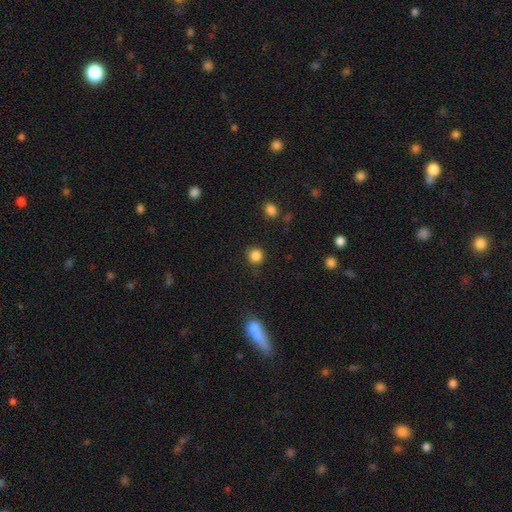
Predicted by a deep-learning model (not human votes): A smooth galaxy with no disk features (85%) that is round (92%).

Vote fractions:
- Smooth or featured? smooth: 85% / star or artifact: 11% / featured or disk: 3%
- How rounded? round: 92% / in between: 7% / cigar-shaped: 1%
- Merging? none: 88% / minor disturbance: 8% / major disturbance: 3% / merger: 2%